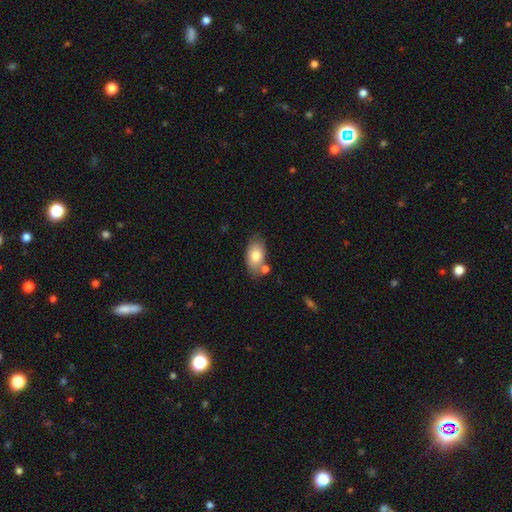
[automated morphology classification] Smooth or featured: smooth — 77% (featured or disk — 16%)
How rounded: in between — 91% (round — 7%)
Merging: none — 63% (minor disturbance — 17%)